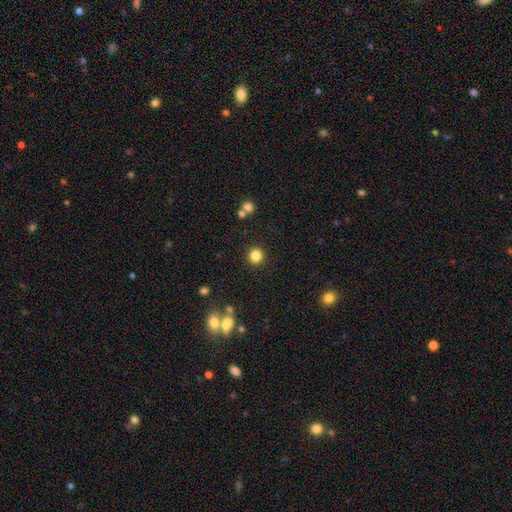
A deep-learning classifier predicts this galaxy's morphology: The model was most divided on "smooth or featured": smooth: 82%, star or artifact: 13%, featured or disk: 5%. More confident: how rounded — round (94%); merging — none (90%).